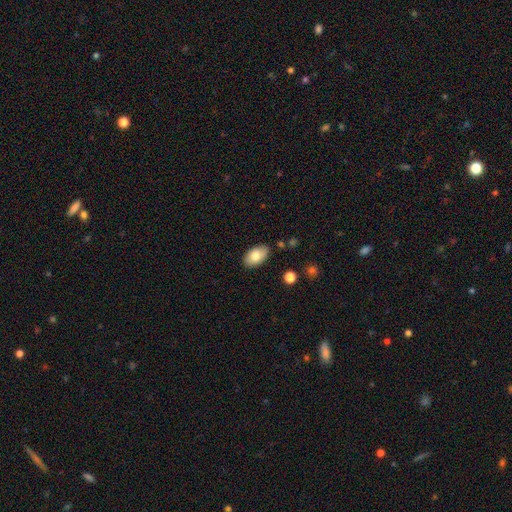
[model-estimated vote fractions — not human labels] smooth 81%, featured or disk 13%, star or artifact 7%. Down the decision tree: how rounded — in between (94%); merging — none (84%).